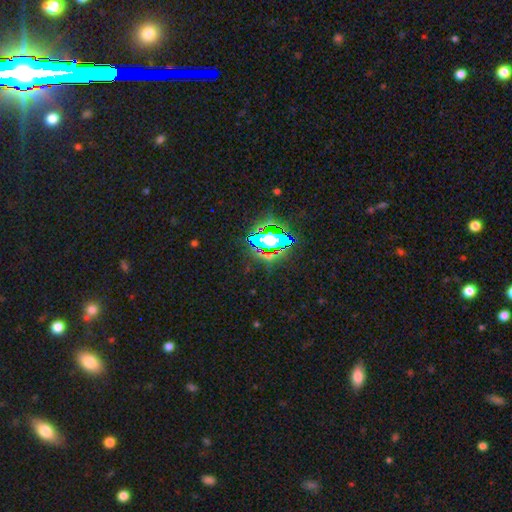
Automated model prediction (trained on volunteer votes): smooth_or_featured: star or artifact (p=0.79) [alt: smooth p=0.13]